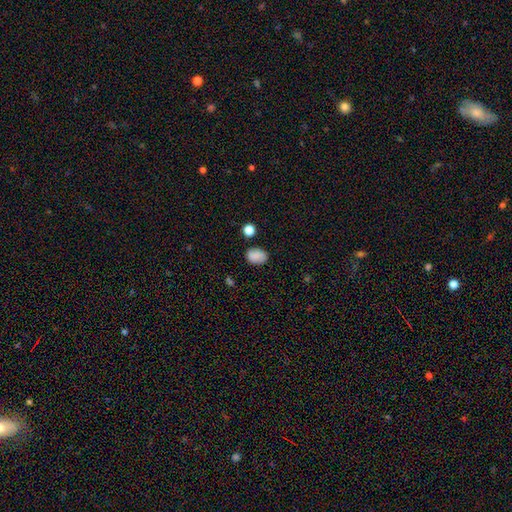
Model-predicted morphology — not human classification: The model was most divided on "how rounded": in between: 74%, round: 25%, cigar-shaped: 1%. More confident: smooth or featured — smooth (83%); merging — none (78%).